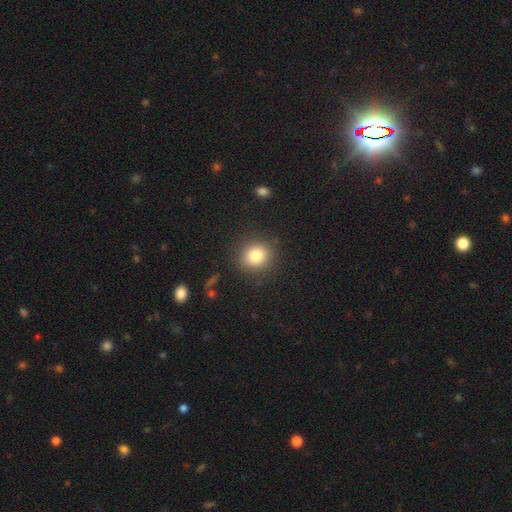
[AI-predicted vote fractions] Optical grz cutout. It shows a smooth galaxy with no disk features (81%) that is round (79%). Merging: none (87%).